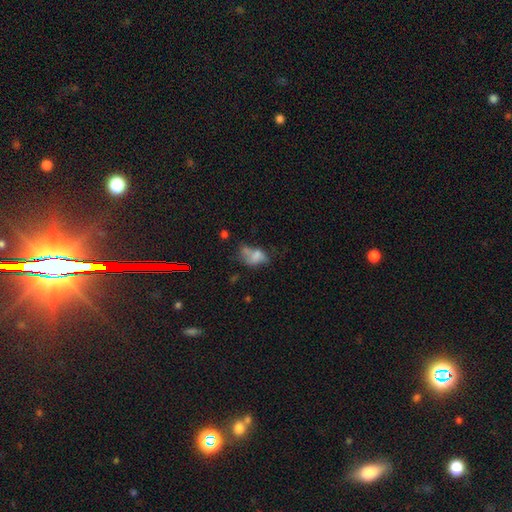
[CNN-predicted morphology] A smooth galaxy with no disk features (59%) that is in between round and cigar-shaped (83%).

Vote fractions:
- Smooth or featured? smooth: 59% / featured or disk: 27% / star or artifact: 15%
- How rounded? in between: 83% / round: 13% / cigar-shaped: 4%
- Merging? major disturbance: 31% / merger: 24% / none: 24% / minor disturbance: 21%